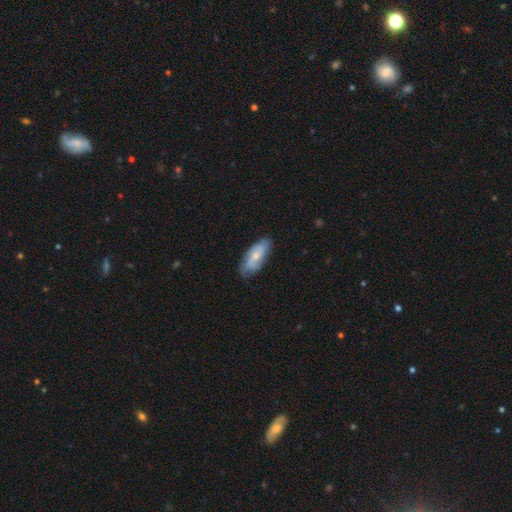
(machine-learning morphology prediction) Smooth or featured?
  - featured or disk: 51% *
  - smooth: 43%
  - star or artifact: 6%
Edge-on disk?
  - no: 88% *
  - yes: 12%
Merging?
  - none: 76% *
  - minor disturbance: 19%
  - major disturbance: 4%
  - merger: 1%